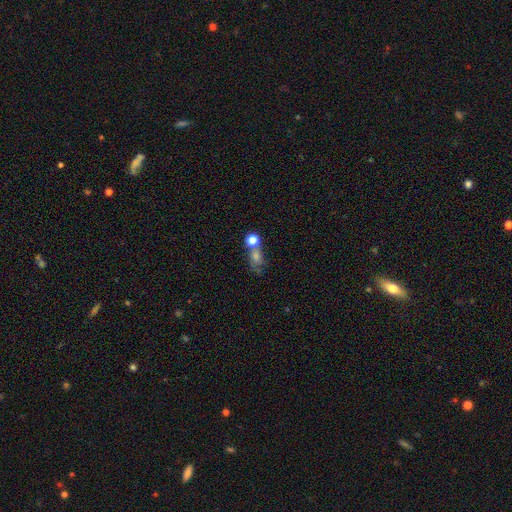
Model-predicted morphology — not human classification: A smooth galaxy with no disk features (54%) that is round (51%).

Vote fractions:
- Smooth or featured? smooth: 54% / star or artifact: 25% / featured or disk: 21%
- How rounded? round: 51% / in between: 43% / cigar-shaped: 7%
- Merging? none: 44% / merger: 30% / minor disturbance: 15% / major disturbance: 11%